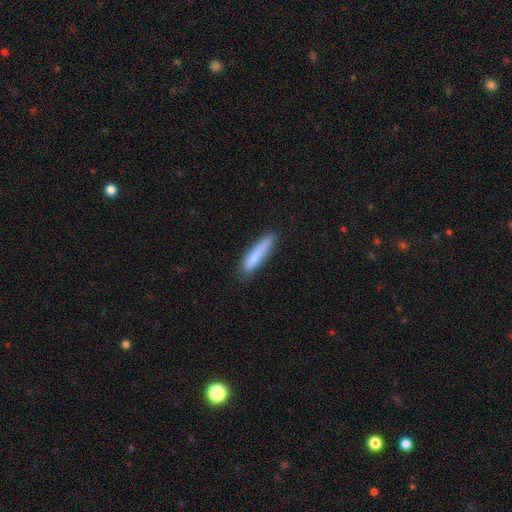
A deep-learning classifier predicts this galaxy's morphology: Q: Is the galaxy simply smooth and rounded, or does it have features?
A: smooth — 78%.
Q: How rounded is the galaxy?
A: cigar-shaped — 84%.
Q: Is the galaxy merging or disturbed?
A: none — 72%.